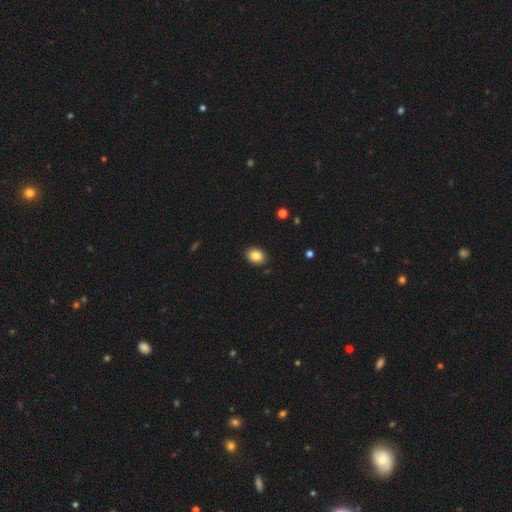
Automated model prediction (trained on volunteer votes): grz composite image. It shows a smooth galaxy with no disk features (86%) that is in between round and cigar-shaped (68%). Merging: none (88%).